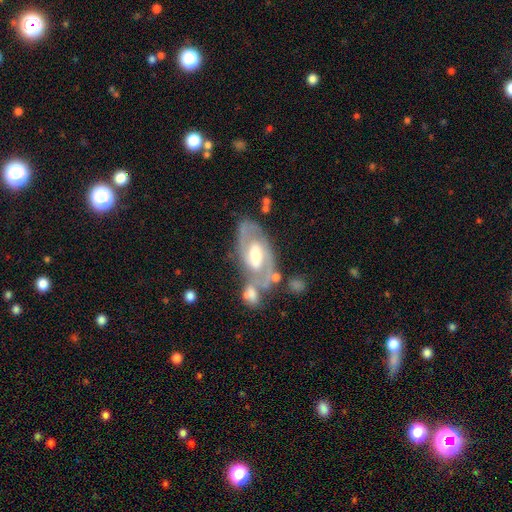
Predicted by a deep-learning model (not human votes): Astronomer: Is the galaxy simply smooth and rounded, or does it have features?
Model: featured or disk — 83%.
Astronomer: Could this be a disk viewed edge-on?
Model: no — 95%.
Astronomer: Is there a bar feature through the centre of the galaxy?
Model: weak — 45% (runner-up: no, 33%).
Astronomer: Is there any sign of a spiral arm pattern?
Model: yes — 89%.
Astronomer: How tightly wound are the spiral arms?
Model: medium — 46% (runner-up: tight, 40%).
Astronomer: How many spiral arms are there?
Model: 2 — 80%.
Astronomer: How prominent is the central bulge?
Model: moderate — 67%.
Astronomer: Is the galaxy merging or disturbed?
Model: none — 51%.